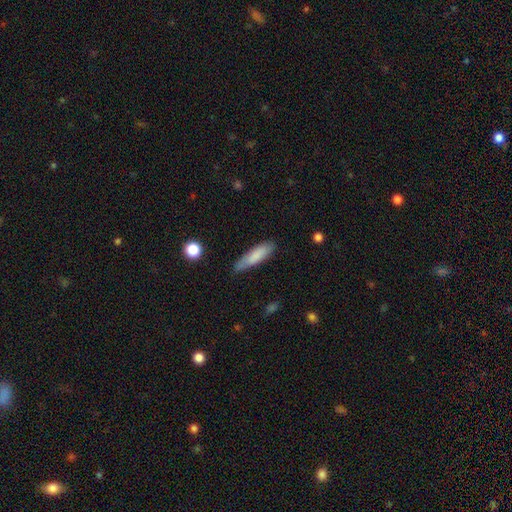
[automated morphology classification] A smooth galaxy with no disk features (80%) that is cigar-shaped (67%). Merging: none (75%).